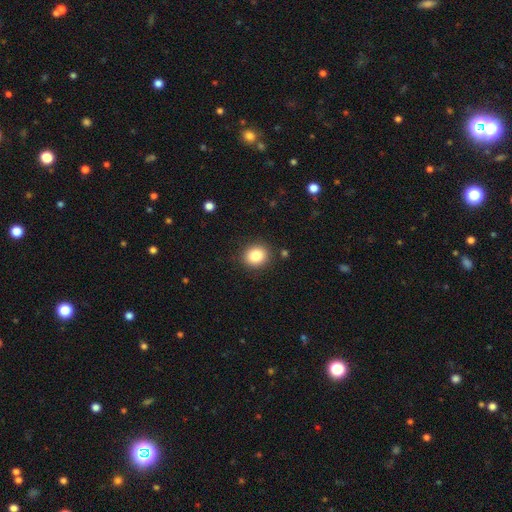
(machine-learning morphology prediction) Smooth or featured?
  - smooth: 85% *
  - star or artifact: 9%
  - featured or disk: 5%
How rounded?
  - round: 71% *
  - in between: 28%
  - cigar-shaped: 1%
Merging?
  - none: 88% *
  - minor disturbance: 8%
  - major disturbance: 3%
  - merger: 2%